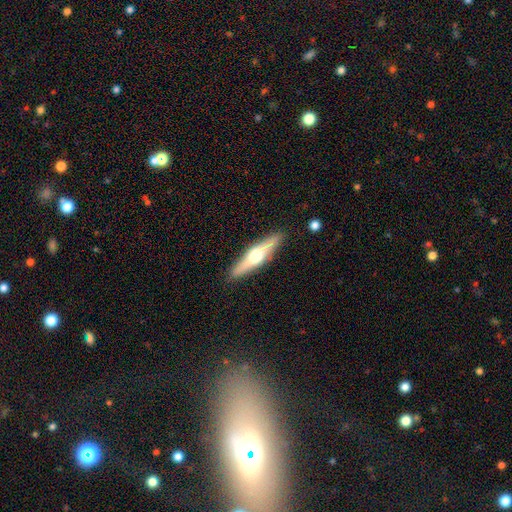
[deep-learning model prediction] featured or disk 62%, smooth 33%, star or artifact 6%. Down the decision tree: edge-on disk — yes (94%); edge-on bulge — rounded (91%); merging — none (88%).